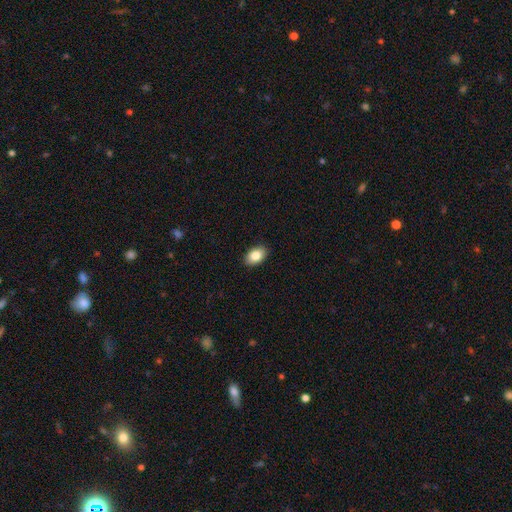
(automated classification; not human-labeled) This appears to be a smooth galaxy with no disk features (85%) that is in between round and cigar-shaped (89%). Merging: none (90%).